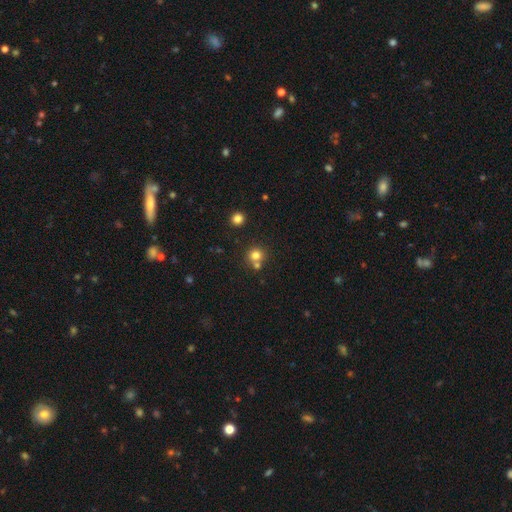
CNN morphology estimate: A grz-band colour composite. It shows a smooth galaxy with no disk features (78%) that is round (90%). Merging: none (64%).